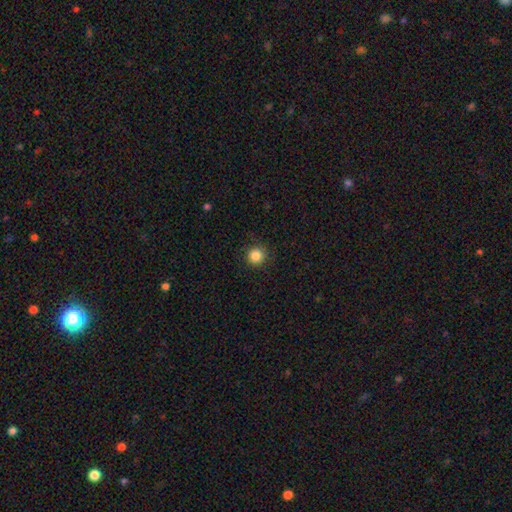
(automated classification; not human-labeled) The model was most divided on "smooth or featured": smooth: 85%, star or artifact: 11%, featured or disk: 3%. More confident: how rounded — round (94%); merging — none (91%).